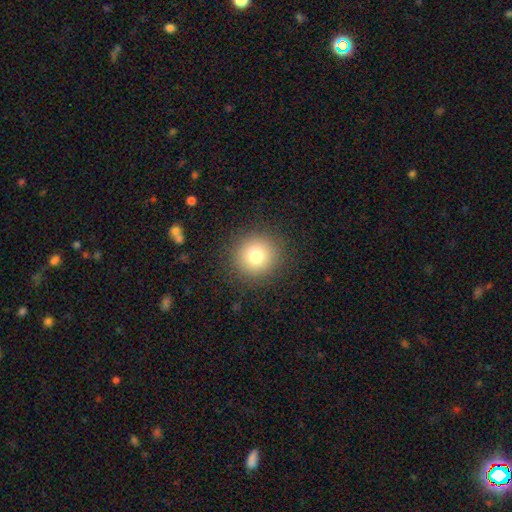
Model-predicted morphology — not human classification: Smooth or featured: smooth — 77% (star or artifact — 13%)
How rounded: round — 94% (in between — 5%)
Merging: none — 90% (minor disturbance — 6%)